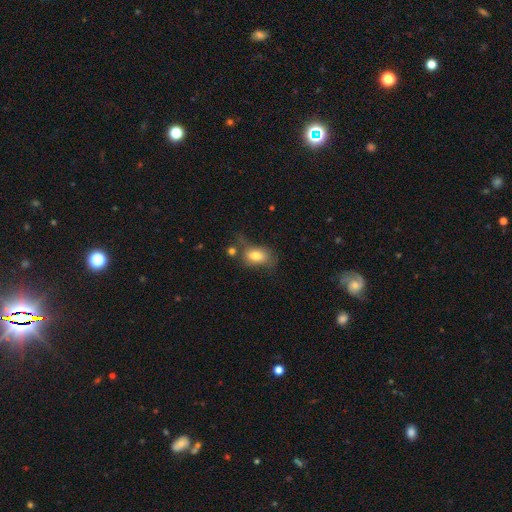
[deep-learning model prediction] smooth-or-featured: smooth: 77% | featured or disk: 15% | star or artifact: 8%
  how-rounded: in between: 83% | round: 15% | cigar-shaped: 2%
  merging: none: 45% | minor disturbance: 26% | major disturbance: 16% | merger: 12%